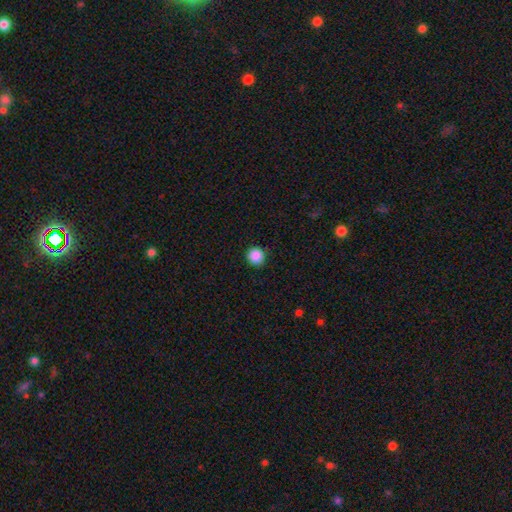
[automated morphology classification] This is clearly a smooth galaxy (88%). How rounded: clearly round (95%). Merging: clearly none (91%).